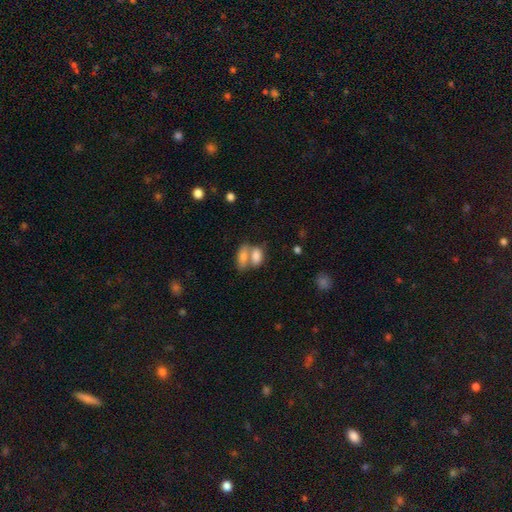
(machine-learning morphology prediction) Overall: smooth (80%). How rounded: in between (87%). Merging: merger (63%; none 25%).